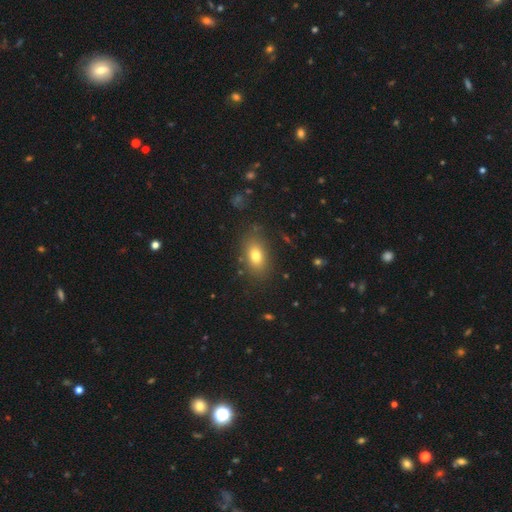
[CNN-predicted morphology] This is likely a smooth galaxy (76%). How rounded: clearly in between (85%). Merging: clearly none (82%).